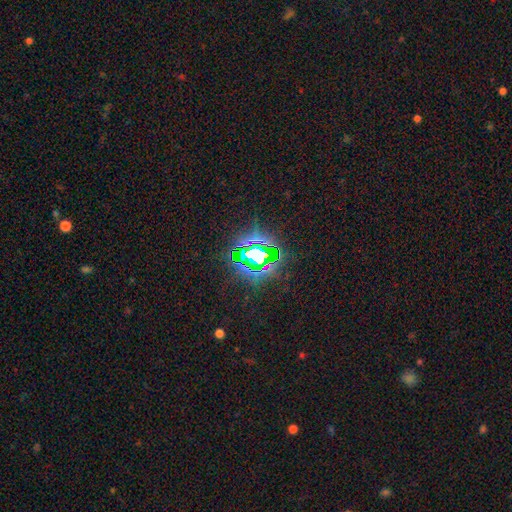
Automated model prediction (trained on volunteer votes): A star or artifact, not a galaxy (81%).

Vote fractions:
- Smooth or featured? star or artifact: 81% / smooth: 11% / featured or disk: 8%